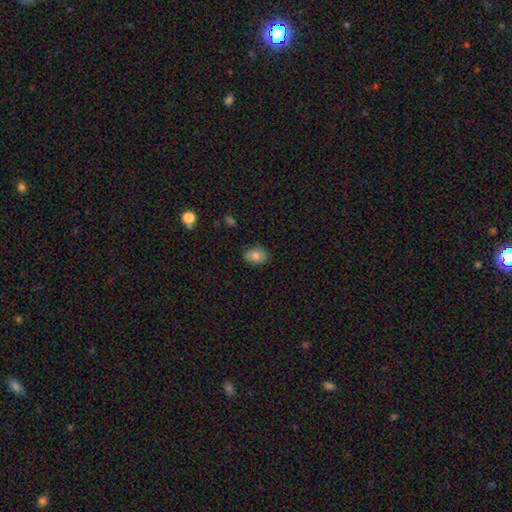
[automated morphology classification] Overall: smooth (78%). How rounded: in between (81%). Merging: none (83%).